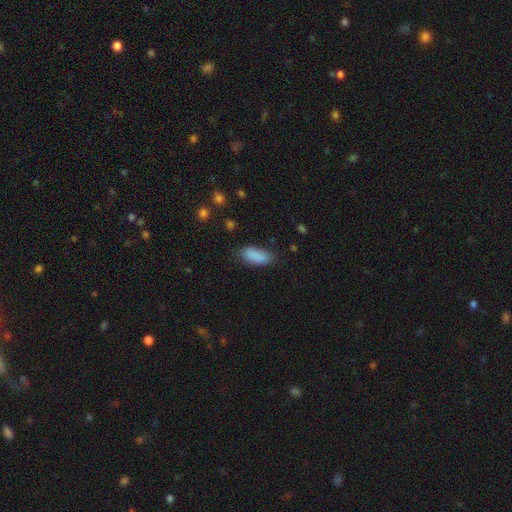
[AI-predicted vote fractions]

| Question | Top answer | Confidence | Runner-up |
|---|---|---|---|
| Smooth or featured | smooth | 88% | star or artifact (7%) |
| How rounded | in between | 83% | cigar-shaped (15%) |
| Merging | none | 74% | minor disturbance (19%) |